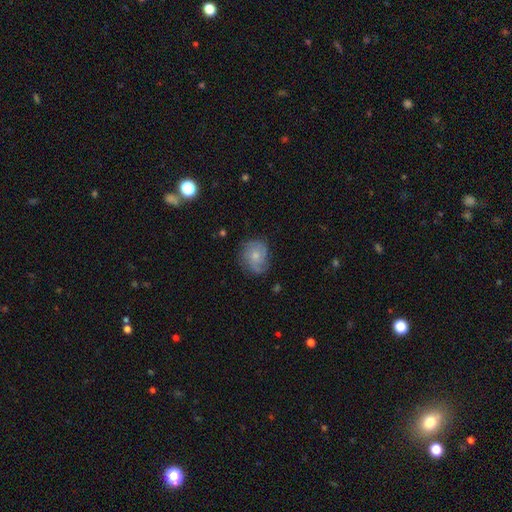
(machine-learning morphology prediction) Smooth or featured? Predicted: featured or disk (p=0.51). Edge-on disk? Predicted: no (p=0.97). Merging? Predicted: none (p=0.69).